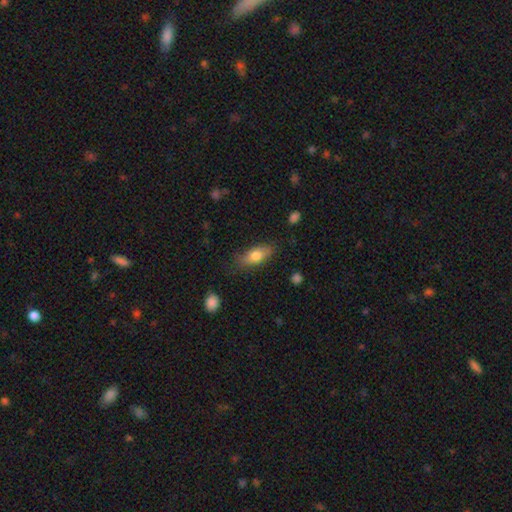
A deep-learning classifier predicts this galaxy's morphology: This is likely a smooth galaxy (75%). How rounded: likely in between (79%). Merging: likely none (75%).